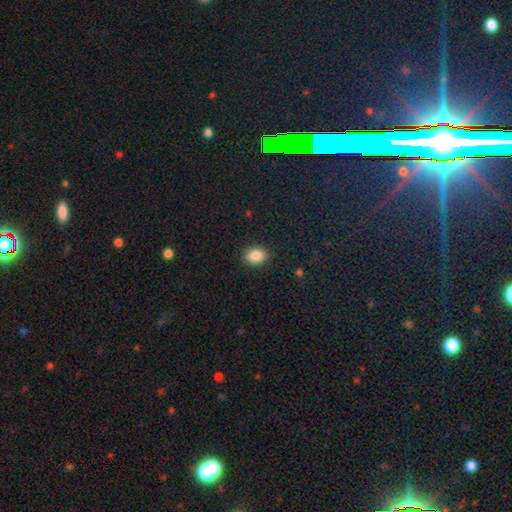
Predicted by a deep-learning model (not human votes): Smooth or featured? smooth (87%)
How rounded? in between (56%)
Merging? none (89%)